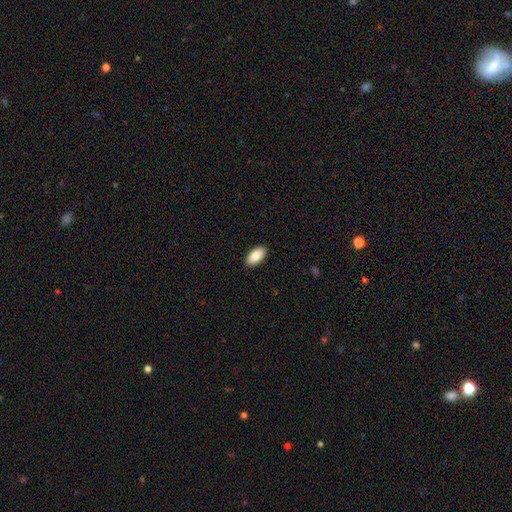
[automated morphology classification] A smooth galaxy with no disk features (87%) that is in between round and cigar-shaped (94%). Merging: none (90%).